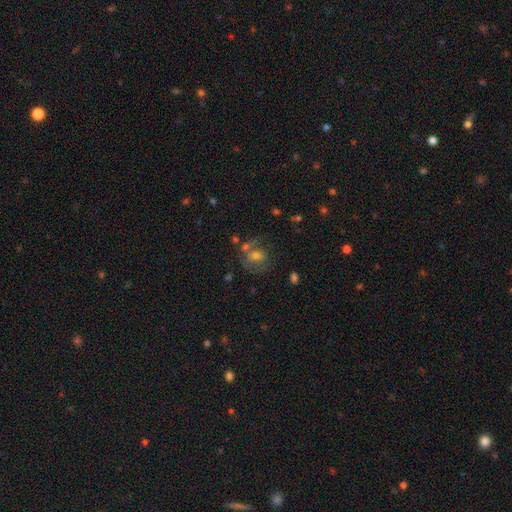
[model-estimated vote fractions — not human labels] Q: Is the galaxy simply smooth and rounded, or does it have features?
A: featured or disk — 51%.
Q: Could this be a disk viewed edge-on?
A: no — 96%.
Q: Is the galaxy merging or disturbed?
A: none — 50%.